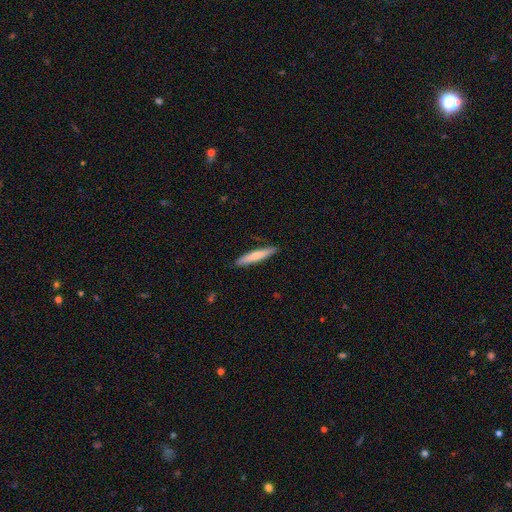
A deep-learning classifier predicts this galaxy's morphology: smooth 70%, featured or disk 25%, star or artifact 5%. Down the decision tree: how rounded — cigar-shaped (93%); merging — none (90%).